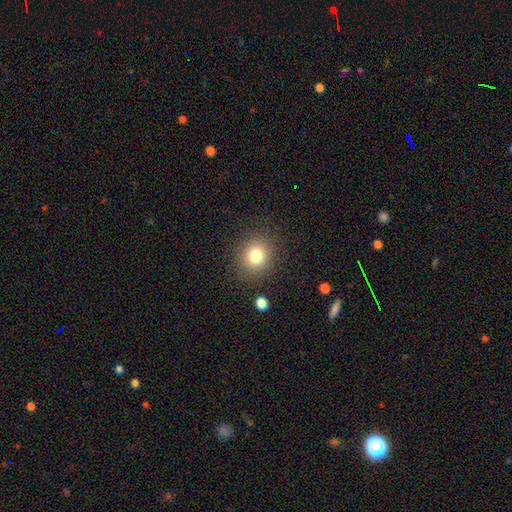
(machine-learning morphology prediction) smooth-or-featured: smooth: 79% | star or artifact: 12% | featured or disk: 9%
  how-rounded: round: 82% | in between: 17% | cigar-shaped: 1%
  merging: none: 85% | minor disturbance: 9% | major disturbance: 4% | merger: 2%